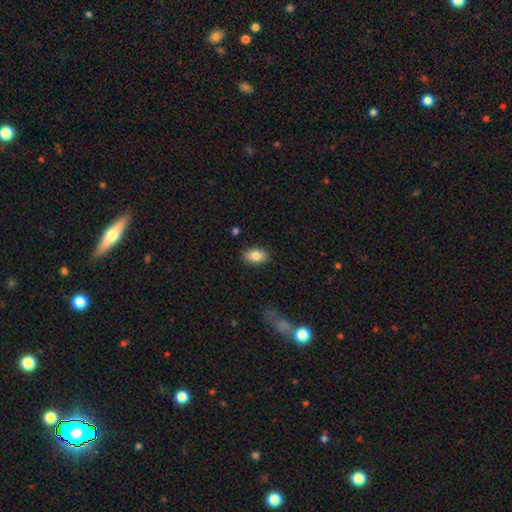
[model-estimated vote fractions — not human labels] smooth 85%, featured or disk 8%, star or artifact 8%. Down the decision tree: how rounded — in between (86%); merging — none (87%).